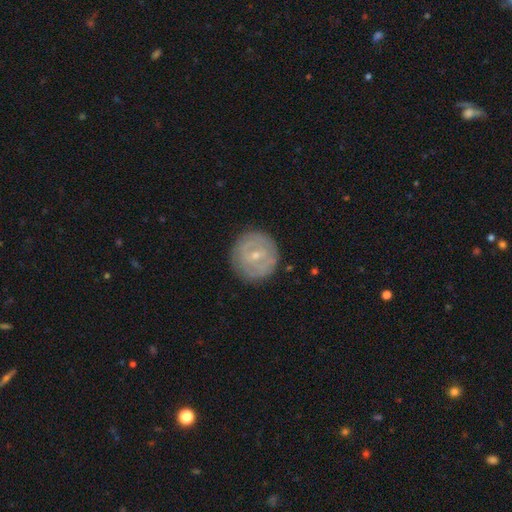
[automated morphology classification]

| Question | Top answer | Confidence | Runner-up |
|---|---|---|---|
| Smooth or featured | featured or disk | 62% | smooth (32%) |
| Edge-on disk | no | 96% | yes (4%) |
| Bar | weak | 45% | no (41%) |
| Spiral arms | yes | 56% | no (44%) |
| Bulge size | small | 71% | moderate (25%) |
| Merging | none | 85% | minor disturbance (11%) |